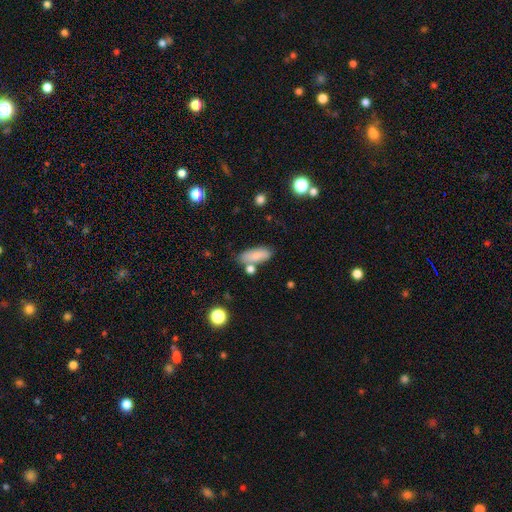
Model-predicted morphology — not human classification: Overall: smooth (79%). How rounded: in between (77%). Merging: none (63%).